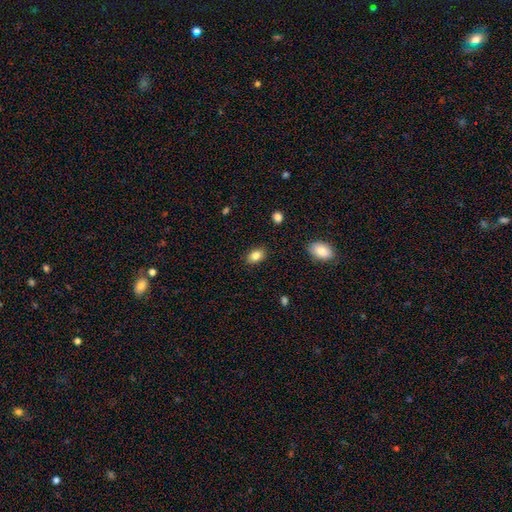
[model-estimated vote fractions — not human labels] A smooth galaxy with no disk features (84%) that is in between round and cigar-shaped (82%). Merging: none (87%).